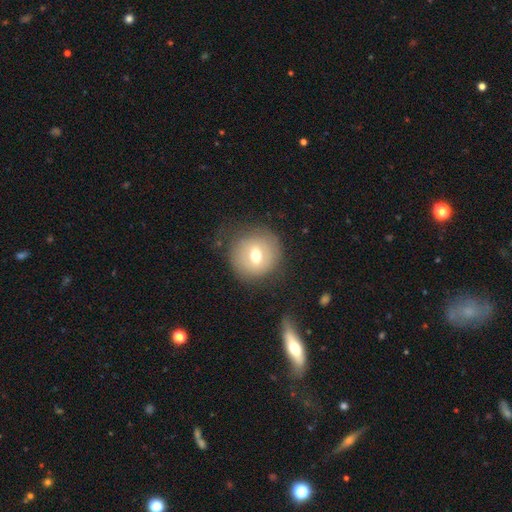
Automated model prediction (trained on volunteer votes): Smooth or featured?
  - smooth: 56% *
  - featured or disk: 35%
  - star or artifact: 10%
How rounded?
  - round: 87% *
  - in between: 12%
  - cigar-shaped: 1%
Merging?
  - none: 74% *
  - minor disturbance: 15%
  - major disturbance: 9%
  - merger: 2%